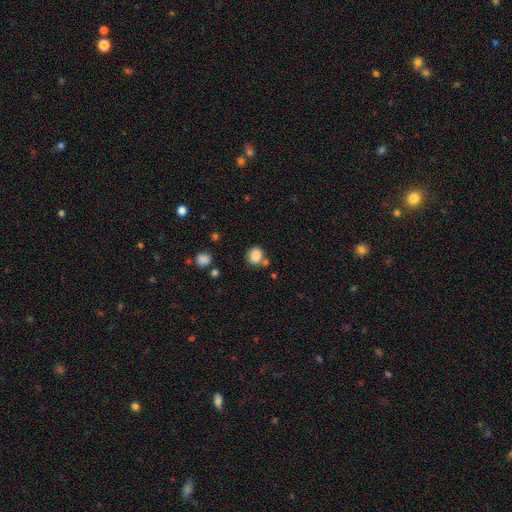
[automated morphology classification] smooth-or-featured: smooth: 85% | star or artifact: 10% | featured or disk: 5%
  how-rounded: round: 81% | in between: 18% | cigar-shaped: 1%
  merging: none: 69% | merger: 15% | minor disturbance: 12% | major disturbance: 4%